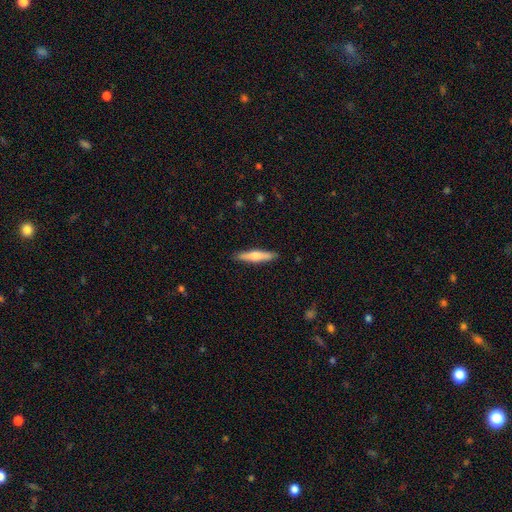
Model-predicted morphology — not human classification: This appears to be a smooth galaxy with no disk features (58%) that is cigar-shaped (87%). Merging: none (90%).